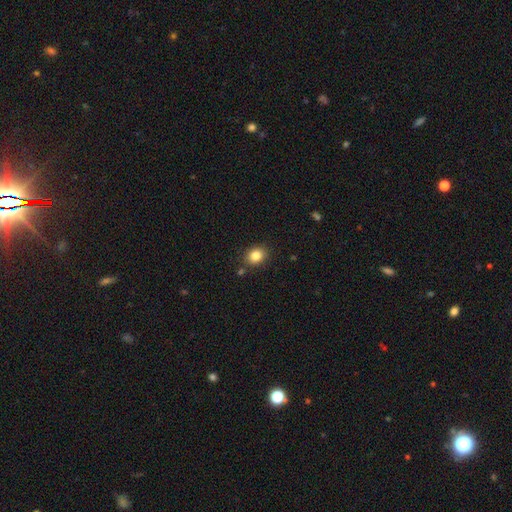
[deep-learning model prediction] Smooth or featured?
  - smooth: 84% *
  - star or artifact: 10%
  - featured or disk: 6%
How rounded?
  - round: 51% *
  - in between: 48%
  - cigar-shaped: 1%
Merging?
  - none: 84% *
  - minor disturbance: 10%
  - merger: 4%
  - major disturbance: 2%